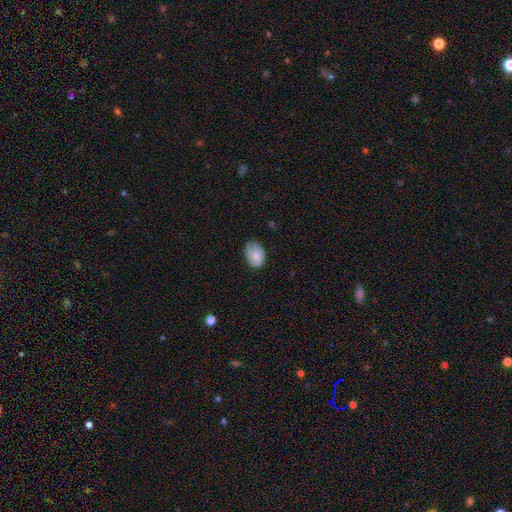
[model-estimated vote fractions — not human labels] Morphology: type=smooth (82%); roundness=in between (79%); merging=none (66%).